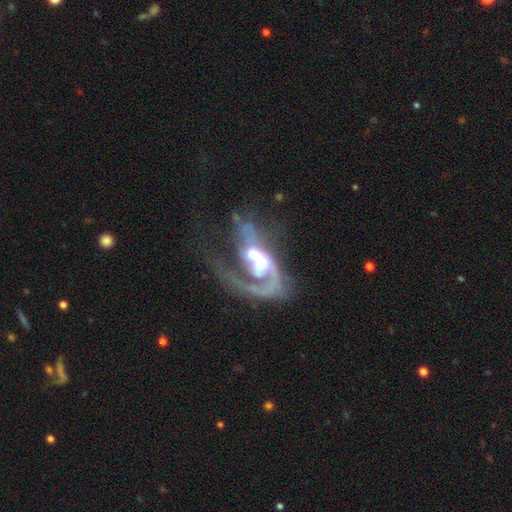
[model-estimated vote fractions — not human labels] Overall: featured or disk (77%). Edge-on disk: no (95%). Bar: no (54%; weak 30%). Spiral arms: yes (75%). Spiral arm count: 1 (66%). Spiral winding: loose (47%; medium 34%). Bulge size: moderate (54%; large 31%). Merging: merger (44%; major disturbance 34%).